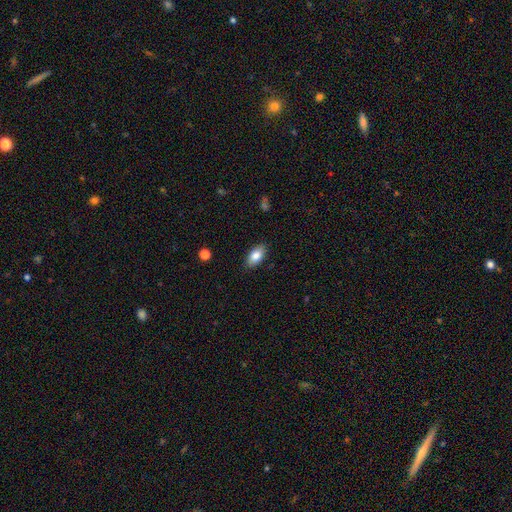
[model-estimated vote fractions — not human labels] Smooth or featured?
  - smooth: 84% *
  - featured or disk: 9%
  - star or artifact: 7%
How rounded?
  - in between: 92% *
  - cigar-shaped: 4%
  - round: 4%
Merging?
  - none: 87% *
  - minor disturbance: 10%
  - major disturbance: 2%
  - merger: 1%